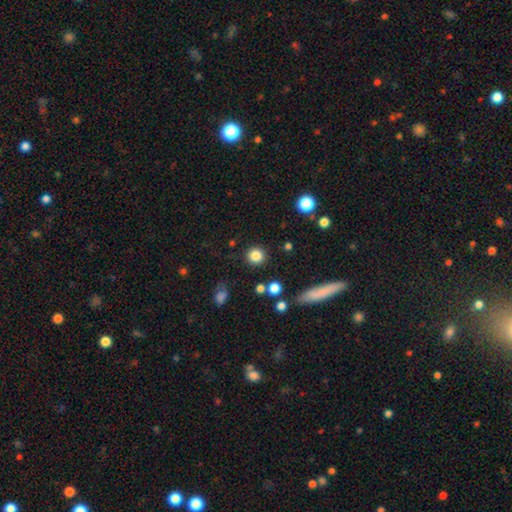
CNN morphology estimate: This appears to be a smooth galaxy with no disk features (84%) that is round (91%). Merging: none (88%).